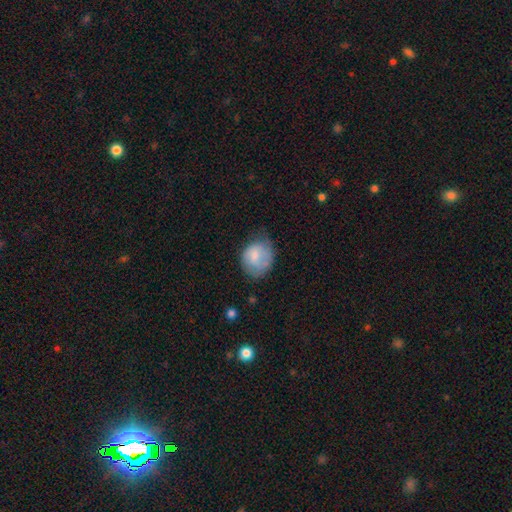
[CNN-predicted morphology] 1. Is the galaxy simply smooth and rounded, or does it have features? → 73% smooth, 20% featured or disk, 7% star or artifact.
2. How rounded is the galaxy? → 59% round, 41% in between, 1% cigar-shaped.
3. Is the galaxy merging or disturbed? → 46% none, 36% minor disturbance, 15% major disturbance, 3% merger.